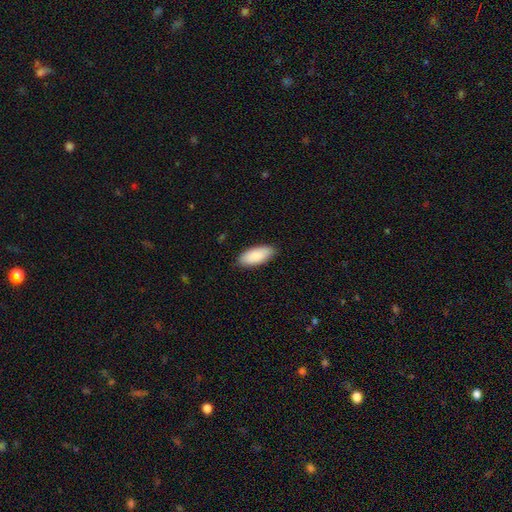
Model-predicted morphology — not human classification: A smooth galaxy with no disk features (87%) that is in between round and cigar-shaped (87%).

Vote fractions:
- Smooth or featured? smooth: 87% / featured or disk: 8% / star or artifact: 5%
- How rounded? in between: 87% / cigar-shaped: 11% / round: 2%
- Merging? none: 86% / minor disturbance: 11% / major disturbance: 2% / merger: 1%